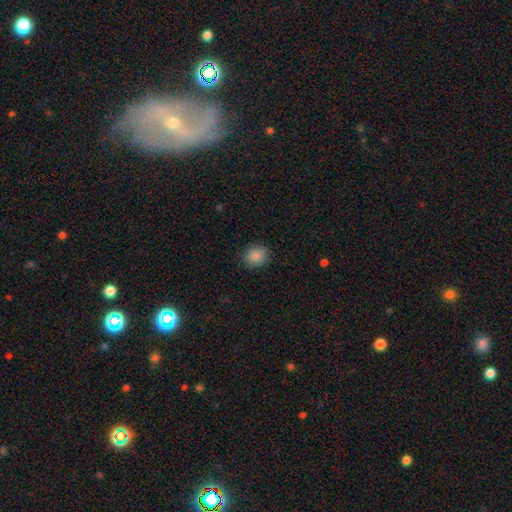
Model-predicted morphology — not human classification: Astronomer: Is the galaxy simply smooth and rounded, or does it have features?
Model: smooth — 88%.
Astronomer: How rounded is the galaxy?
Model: round — 58% (runner-up: in between, 42%).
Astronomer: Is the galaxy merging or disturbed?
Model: none — 86%.